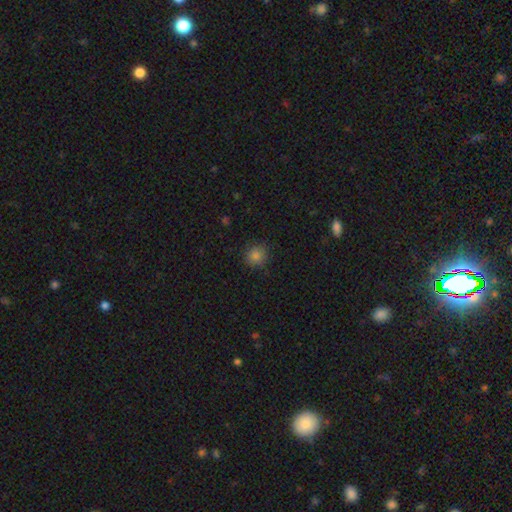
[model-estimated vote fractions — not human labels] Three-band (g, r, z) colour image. It shows a smooth galaxy with no disk features (83%) that is round (91%). Merging: none (89%).